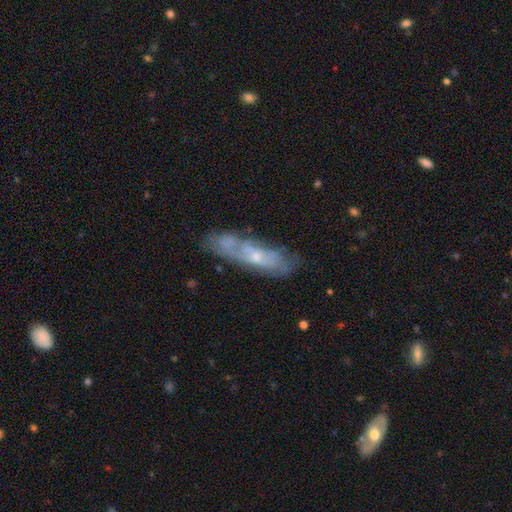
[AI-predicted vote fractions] The model was most divided on "smooth or featured": featured or disk: 62%, smooth: 31%, star or artifact: 7%. More confident: edge-on disk — no (71%); merging — none (60%).